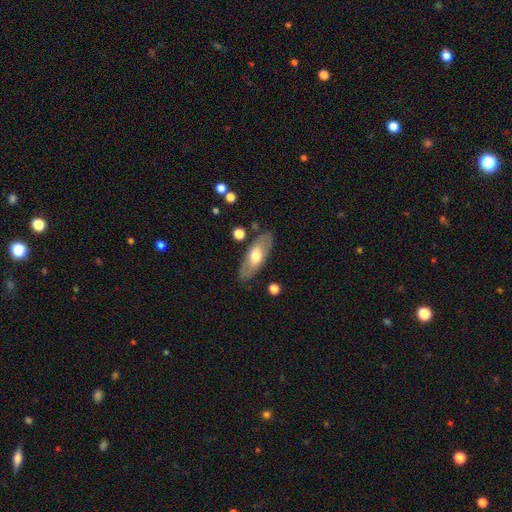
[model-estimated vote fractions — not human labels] Morphology: type=smooth (58%); roundness=in between (76%); merging=none (83%).